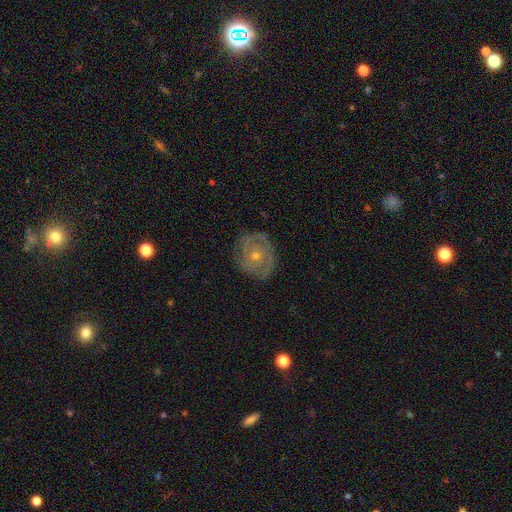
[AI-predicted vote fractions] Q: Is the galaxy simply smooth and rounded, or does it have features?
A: featured or disk — 77%.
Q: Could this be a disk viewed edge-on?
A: no — 97%.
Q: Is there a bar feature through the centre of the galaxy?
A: no — 82%.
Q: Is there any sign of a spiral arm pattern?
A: yes — 85%.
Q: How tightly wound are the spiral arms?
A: tight — 68%.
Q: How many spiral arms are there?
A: can't tell — 36%.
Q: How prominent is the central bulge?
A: small — 57%.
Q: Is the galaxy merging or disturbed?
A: none — 78%.